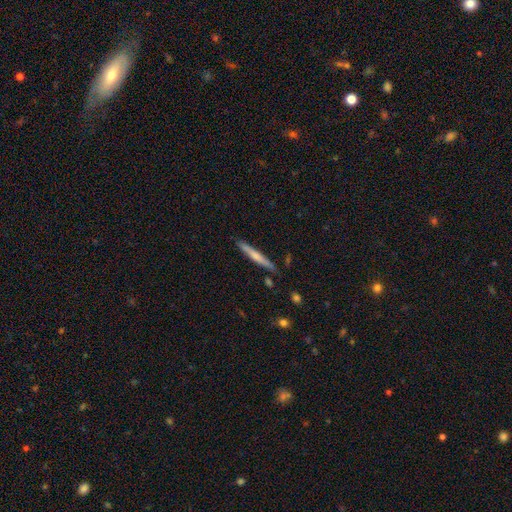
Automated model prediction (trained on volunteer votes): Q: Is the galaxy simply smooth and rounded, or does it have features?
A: smooth — 53%.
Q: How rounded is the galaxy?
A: cigar-shaped — 96%.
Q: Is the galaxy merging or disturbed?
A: none — 86%.